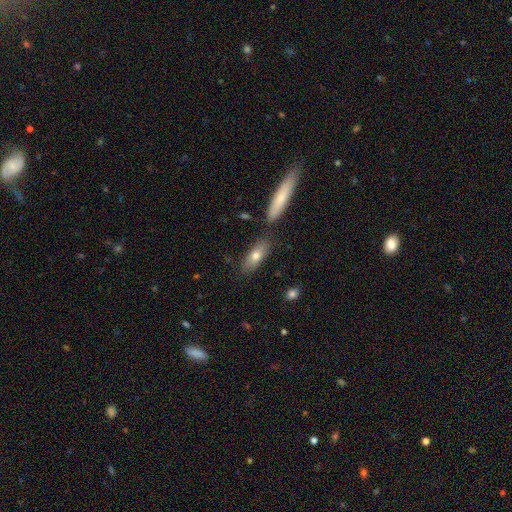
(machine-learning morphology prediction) A smooth galaxy with no disk features (72%) that is in between round and cigar-shaped (66%). Merging: none (72%).